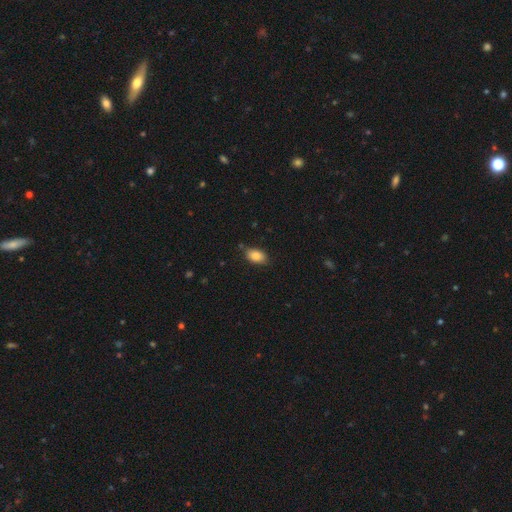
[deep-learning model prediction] smooth-or-featured: smooth: 85% | star or artifact: 8% | featured or disk: 7%
  how-rounded: in between: 89% | round: 9% | cigar-shaped: 2%
  merging: none: 80% | minor disturbance: 15% | major disturbance: 3% | merger: 2%